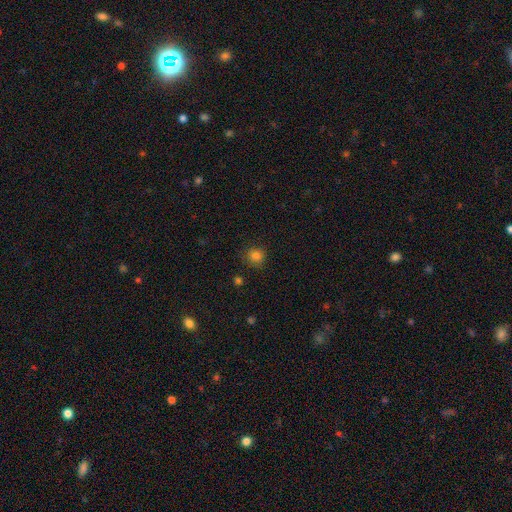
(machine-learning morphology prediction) Q: Smooth or featured?
A: smooth (82%); runner-up: star or artifact (14%)
Q: How rounded?
A: round (89%); runner-up: in between (10%)
Q: Merging?
A: none (82%); runner-up: minor disturbance (13%)